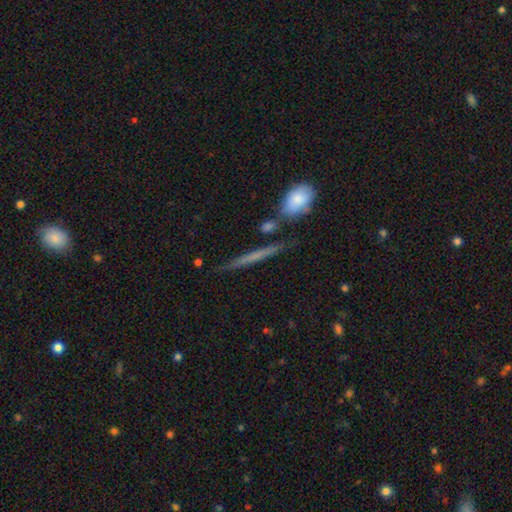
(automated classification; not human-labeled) A featured or disk galaxy (47%).

Vote fractions:
- Smooth or featured? featured or disk: 47% / smooth: 45% / star or artifact: 8%
- Merging? none: 78% / minor disturbance: 12% / merger: 7% / major disturbance: 3%